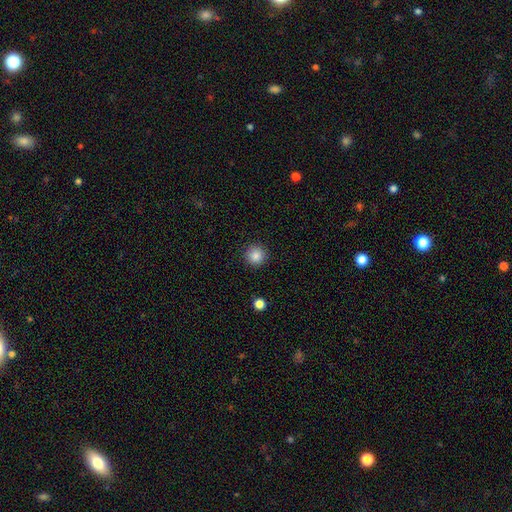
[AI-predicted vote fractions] Morphology: type=smooth (86%); roundness=round (95%); merging=none (92%).